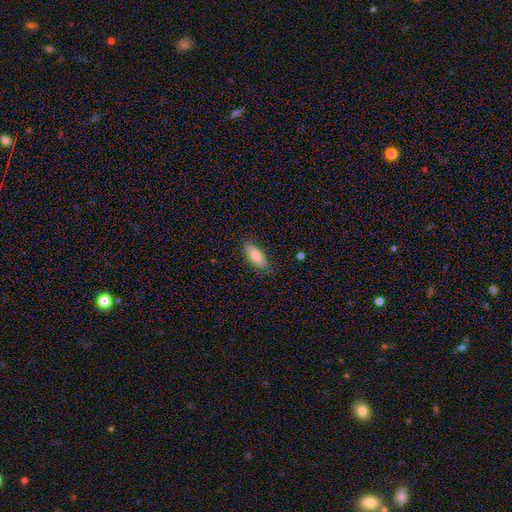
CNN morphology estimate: This is clearly a smooth galaxy (81%). How rounded: clearly in between (82%). Merging: clearly none (80%).